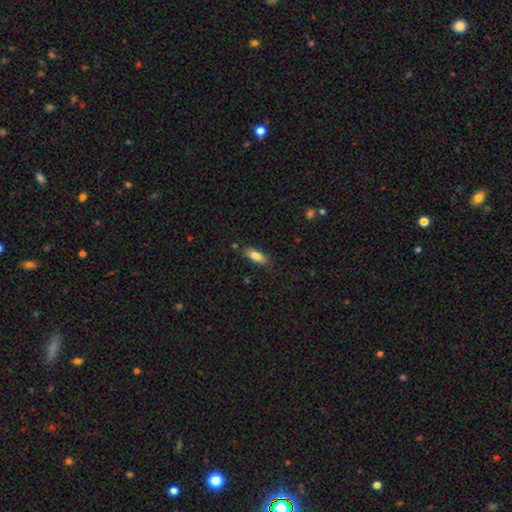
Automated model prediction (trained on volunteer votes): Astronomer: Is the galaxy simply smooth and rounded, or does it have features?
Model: smooth — 83%.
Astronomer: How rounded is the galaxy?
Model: in between — 75%.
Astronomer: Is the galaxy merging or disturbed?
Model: none — 82%.